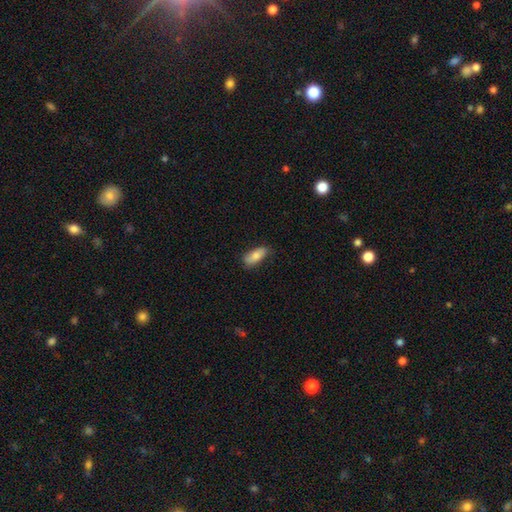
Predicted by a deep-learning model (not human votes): smooth 79%, featured or disk 15%, star or artifact 6%. Down the decision tree: how rounded — in between (81%); merging — none (76%).